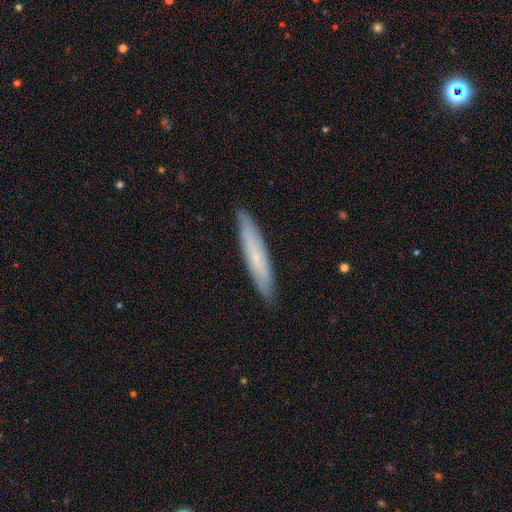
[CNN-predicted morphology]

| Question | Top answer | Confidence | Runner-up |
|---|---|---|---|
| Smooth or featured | smooth | 54% | featured or disk (39%) |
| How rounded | cigar-shaped | 92% | in between (6%) |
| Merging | none | 89% | minor disturbance (8%) |